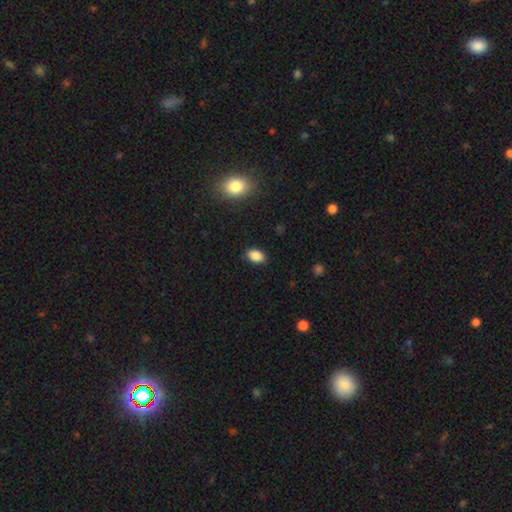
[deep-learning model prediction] Smooth or featured: smooth — 87% (star or artifact — 9%)
How rounded: in between — 86% (round — 13%)
Merging: none — 87% (minor disturbance — 10%)